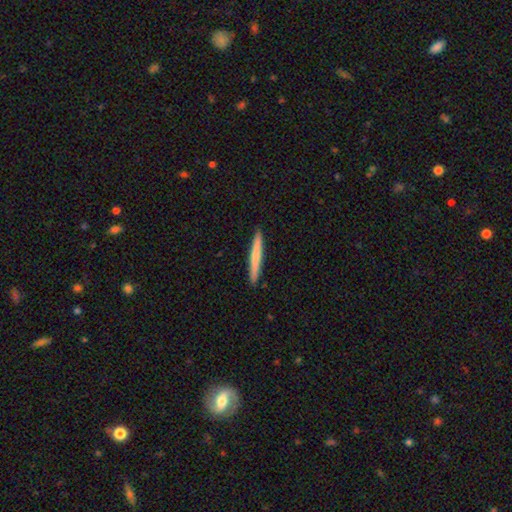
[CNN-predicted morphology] This is likely a smooth galaxy (67%). How rounded: clearly cigar-shaped (96%). Merging: clearly none (93%).